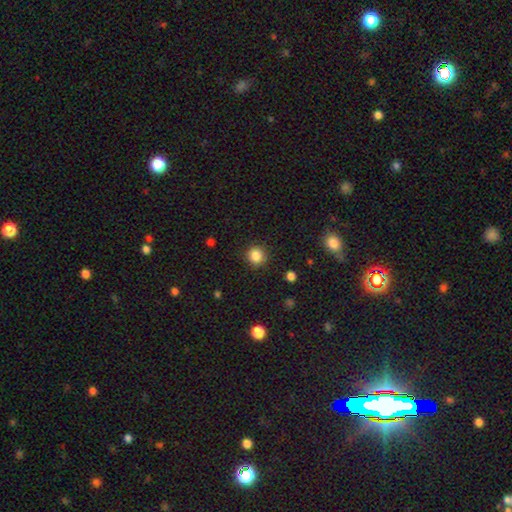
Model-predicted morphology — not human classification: This appears to be a smooth galaxy with no disk features (84%) that is round (90%). Merging: none (90%).